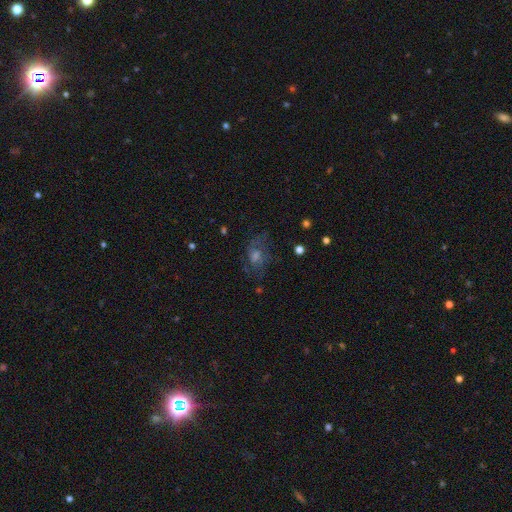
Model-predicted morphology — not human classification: A featured or disk galaxy (43%). Merging: none (61%).